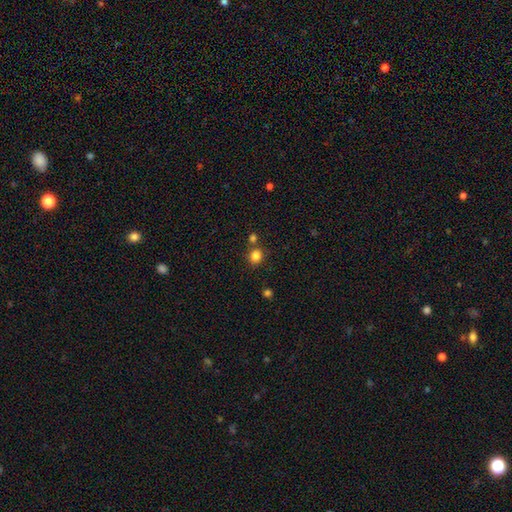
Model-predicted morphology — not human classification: A smooth galaxy with no disk features (83%) that is round (80%). Merging: none (73%).